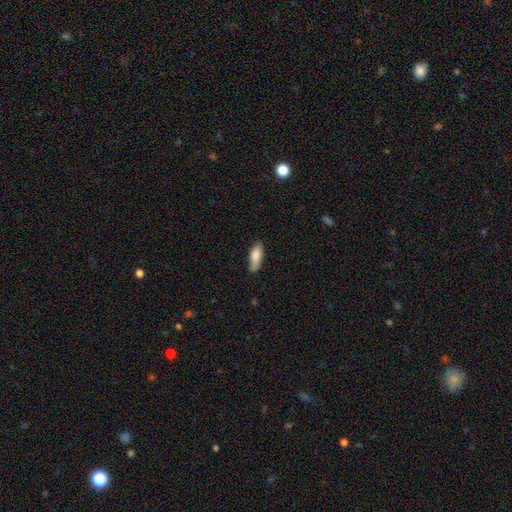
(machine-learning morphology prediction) smooth 82%, featured or disk 12%, star or artifact 6%. Down the decision tree: how rounded — in between (72%); merging — none (70%).